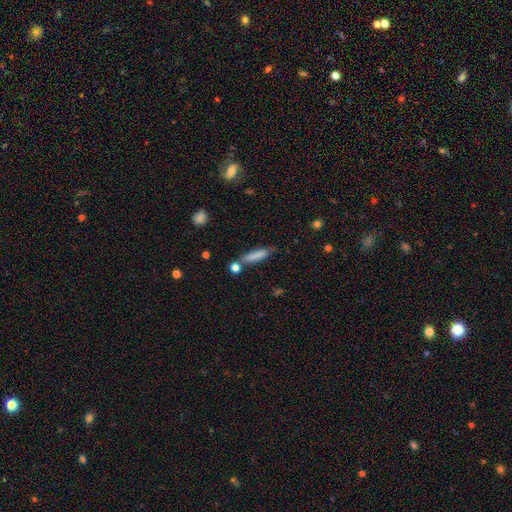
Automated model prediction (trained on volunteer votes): A smooth galaxy with no disk features (79%) that is cigar-shaped (82%).

Vote fractions:
- Smooth or featured? smooth: 79% / featured or disk: 13% / star or artifact: 8%
- How rounded? cigar-shaped: 82% / in between: 16% / round: 2%
- Merging? none: 71% / minor disturbance: 15% / merger: 10% / major disturbance: 4%